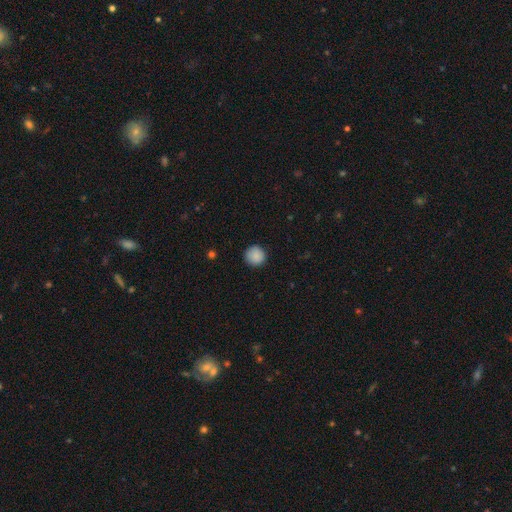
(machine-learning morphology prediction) A smooth galaxy with no disk features (89%) that is round (95%). Merging: none (90%).